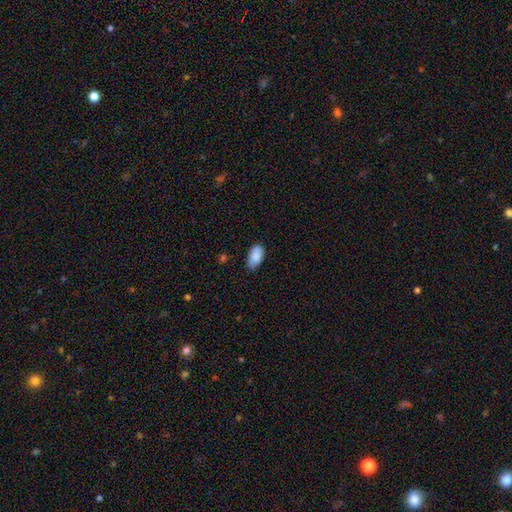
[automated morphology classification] Smooth or featured?
  - smooth: 88% *
  - star or artifact: 7%
  - featured or disk: 5%
How rounded?
  - in between: 95% *
  - round: 3%
  - cigar-shaped: 3%
Merging?
  - none: 78% *
  - minor disturbance: 19%
  - major disturbance: 3%
  - merger: 1%